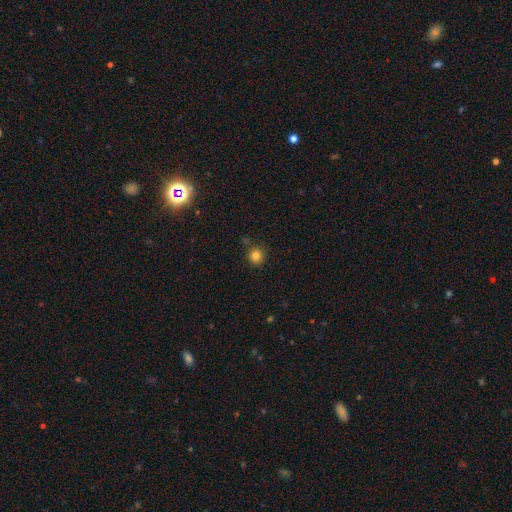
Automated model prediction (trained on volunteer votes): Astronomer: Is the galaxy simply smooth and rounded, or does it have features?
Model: smooth — 82%.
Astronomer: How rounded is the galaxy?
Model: round — 92%.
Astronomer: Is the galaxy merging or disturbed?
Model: none — 85%.